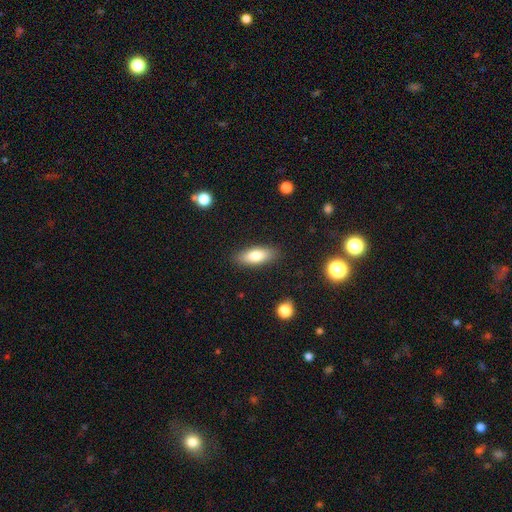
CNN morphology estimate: Smooth or featured? Predicted: smooth (p=0.78). How rounded? Predicted: in between (p=0.75). Merging? Predicted: none (p=0.88).